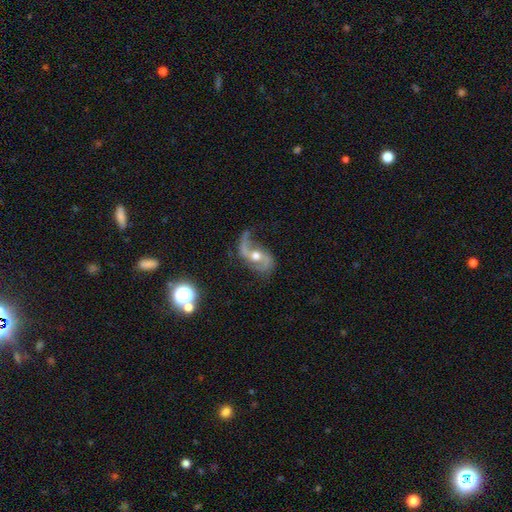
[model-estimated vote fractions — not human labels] Smooth or featured?
  - featured or disk: 86% *
  - smooth: 7%
  - star or artifact: 7%
Edge-on disk?
  - no: 96% *
  - yes: 4%
Bar?
  - no: 47% *
  - weak: 35%
  - strong: 18%
Spiral arms?
  - yes: 95% *
  - no: 5%
Spiral winding?
  - loose: 77% *
  - medium: 18%
  - tight: 4%
Spiral arm count?
  - 2: 87% *
  - 1: 8%
  - can't tell: 2%
  - 3: 1%
  - 4: 1%
  - more than 4: 1%
Bulge size?
  - moderate: 72% *
  - small: 19%
  - large: 6%
  - none: 2%
  - dominant: 1%
Merging?
  - none: 56% *
  - minor disturbance: 22%
  - major disturbance: 19%
  - merger: 4%